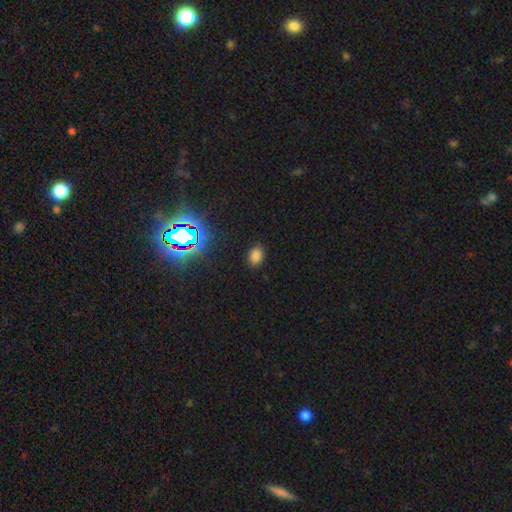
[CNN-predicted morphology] Smooth or featured? smooth (73%)
How rounded? in between (74%)
Merging? none (86%)